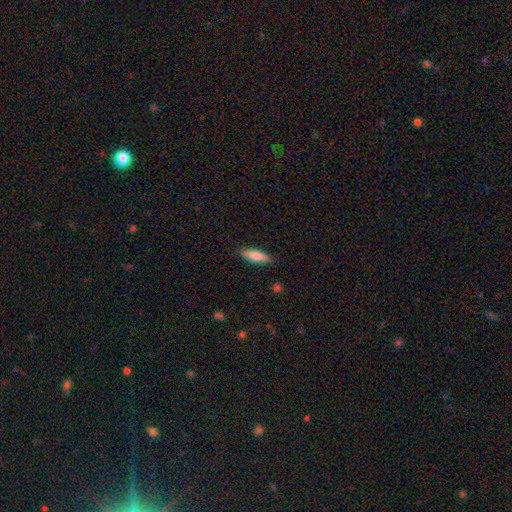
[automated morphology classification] type=smooth (76%); roundness=cigar-shaped (53%); merging=none (87%).